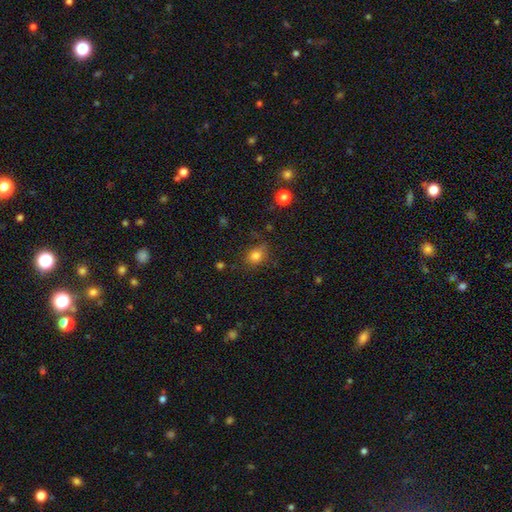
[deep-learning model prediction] smooth_or_featured: smooth (p=0.80) [alt: star or artifact p=0.13]
how_rounded: round (p=0.50) [alt: in between p=0.49]
merging: none (p=0.71) [alt: minor disturbance p=0.20]